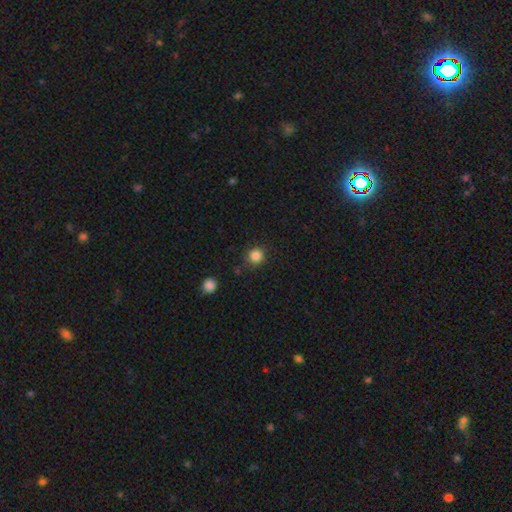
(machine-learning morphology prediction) Overall: smooth (85%). How rounded: round (91%). Merging: none (85%).